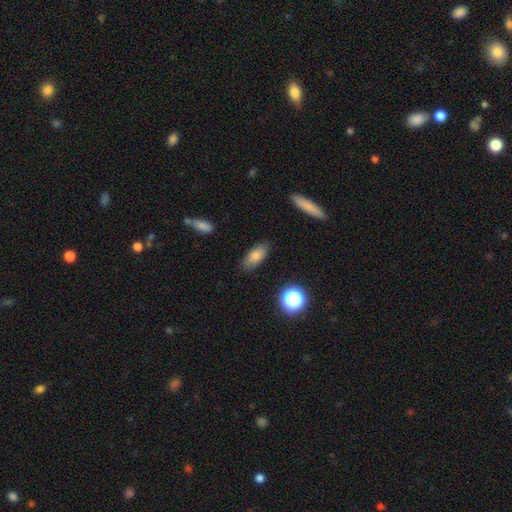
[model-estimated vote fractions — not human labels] Smooth or featured: smooth — 79% (featured or disk — 12%)
How rounded: in between — 83% (cigar-shaped — 13%)
Merging: none — 84% (minor disturbance — 12%)